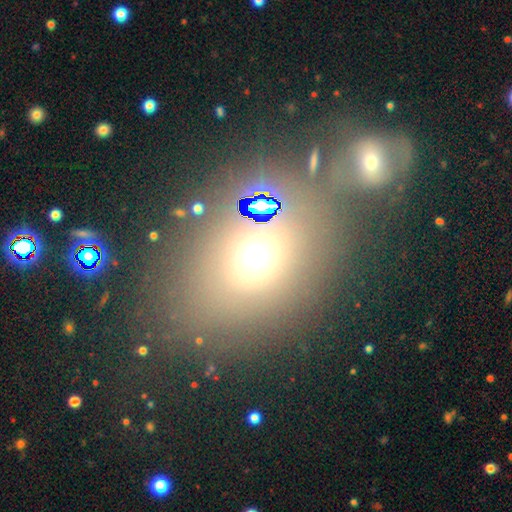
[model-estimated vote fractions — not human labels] A smooth galaxy with no disk features (52%) that is round (51%).

Vote fractions:
- Smooth or featured? smooth: 52% / star or artifact: 31% / featured or disk: 17%
- How rounded? round: 51% / in between: 48% / cigar-shaped: 2%
- Merging? none: 57% / merger: 25% / minor disturbance: 11% / major disturbance: 7%